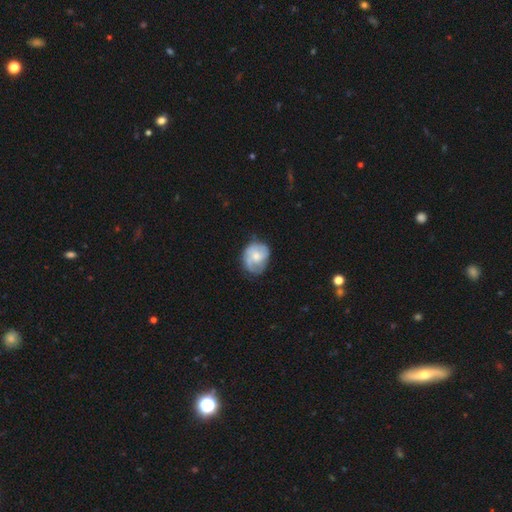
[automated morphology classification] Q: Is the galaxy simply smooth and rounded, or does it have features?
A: featured or disk — 55%.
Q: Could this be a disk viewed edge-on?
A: no — 98%.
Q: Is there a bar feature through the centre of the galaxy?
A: no — 72%.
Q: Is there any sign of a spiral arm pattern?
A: yes — 78%.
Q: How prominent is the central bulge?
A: moderate — 55%.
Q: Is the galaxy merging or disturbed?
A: none — 59%.